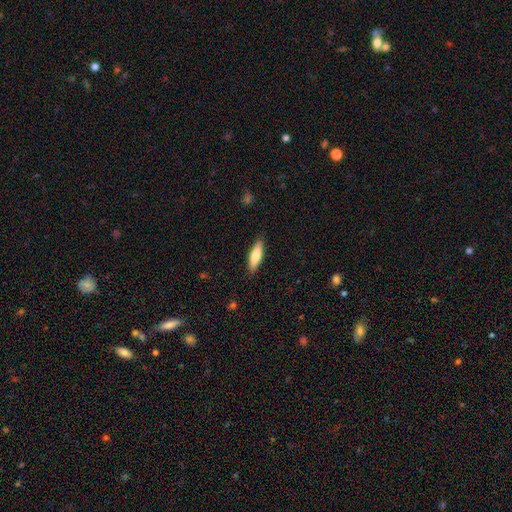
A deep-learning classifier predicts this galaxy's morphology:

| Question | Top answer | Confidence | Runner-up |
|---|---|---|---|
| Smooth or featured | smooth | 74% | featured or disk (20%) |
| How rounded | cigar-shaped | 56% | in between (42%) |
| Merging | none | 88% | minor disturbance (9%) |